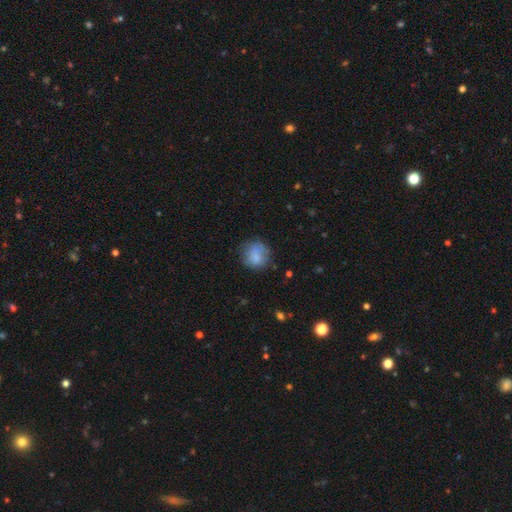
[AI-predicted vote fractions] smooth-or-featured: smooth: 73% | featured or disk: 19% | star or artifact: 9%
  how-rounded: round: 84% | in between: 15% | cigar-shaped: 1%
  merging: none: 64% | minor disturbance: 22% | major disturbance: 10% | merger: 5%